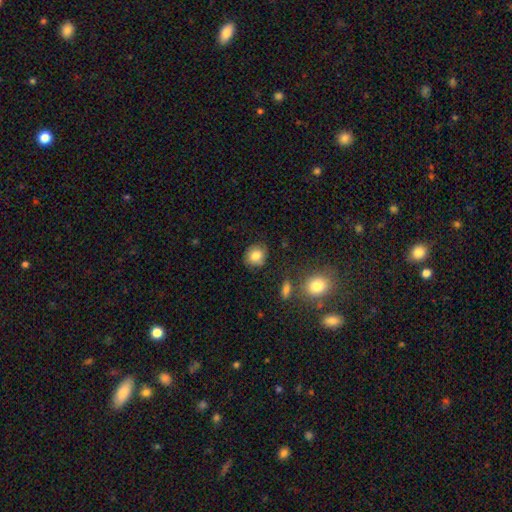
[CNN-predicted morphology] type=smooth (81%); roundness=round (74%); merging=none (80%).